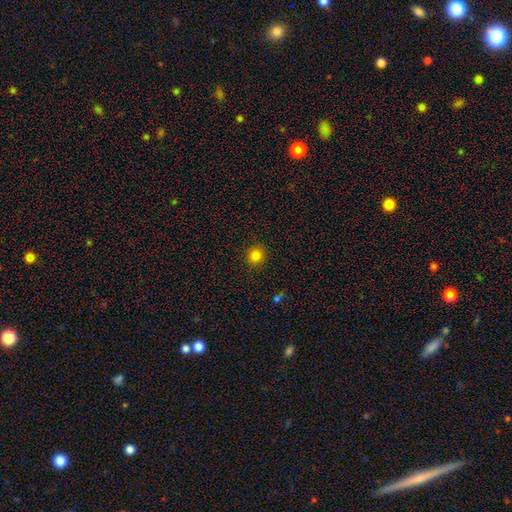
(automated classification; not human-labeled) A smooth galaxy with no disk features (83%) that is round (88%).

Vote fractions:
- Smooth or featured? smooth: 83% / star or artifact: 13% / featured or disk: 4%
- How rounded? round: 88% / in between: 12% / cigar-shaped: 1%
- Merging? none: 91% / minor disturbance: 6% / major disturbance: 2% / merger: 1%